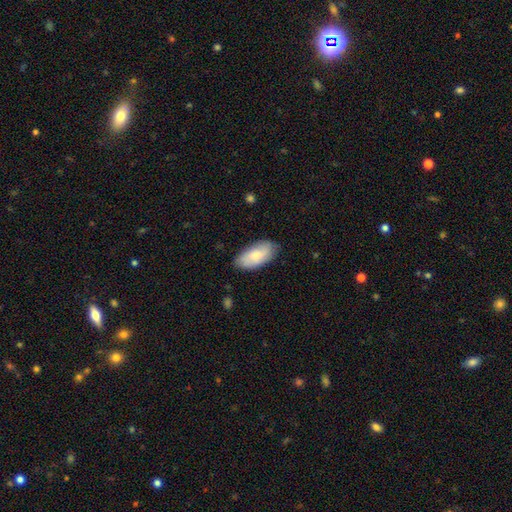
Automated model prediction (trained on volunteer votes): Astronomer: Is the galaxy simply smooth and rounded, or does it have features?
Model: smooth — 78%.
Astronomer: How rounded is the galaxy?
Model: in between — 93%.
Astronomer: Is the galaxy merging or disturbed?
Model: none — 80%.